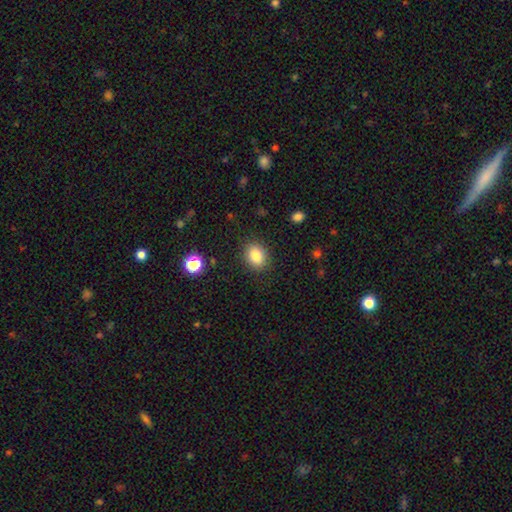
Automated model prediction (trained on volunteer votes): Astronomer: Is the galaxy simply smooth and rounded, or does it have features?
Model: smooth — 83%.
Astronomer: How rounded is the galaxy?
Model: in between — 54% (runner-up: round, 45%).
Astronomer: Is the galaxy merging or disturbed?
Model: none — 87%.